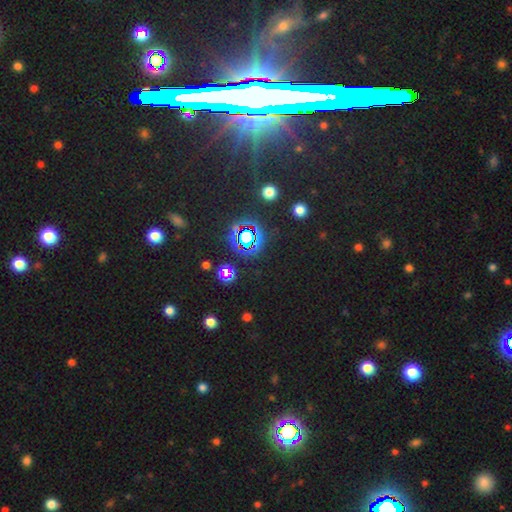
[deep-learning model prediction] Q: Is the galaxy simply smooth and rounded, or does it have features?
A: star or artifact — 75%.